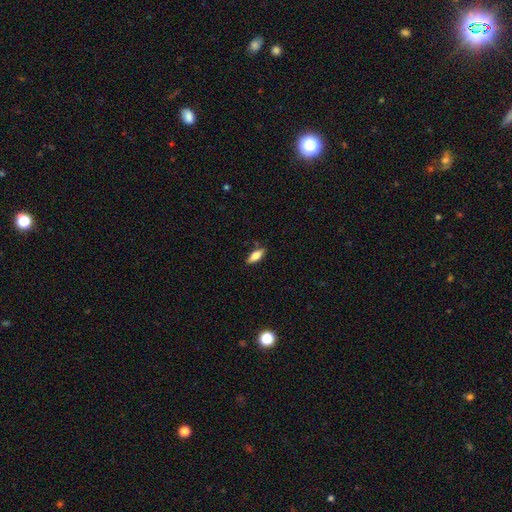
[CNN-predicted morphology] Smooth or featured? Predicted: smooth (p=0.73). How rounded? Predicted: in between (p=0.72). Merging? Predicted: none (p=0.84).